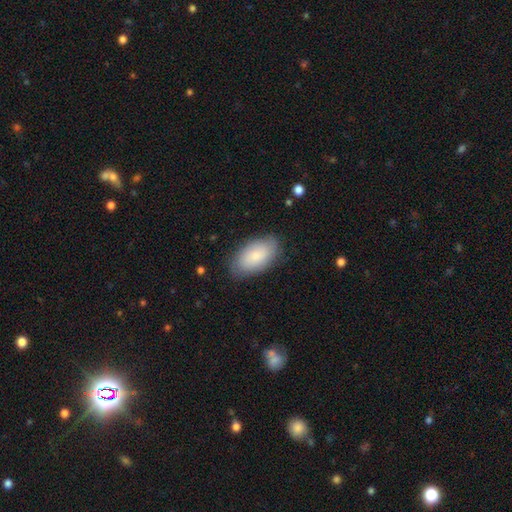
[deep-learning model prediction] This is likely a smooth galaxy (77%). How rounded: clearly in between (95%). Merging: clearly none (81%).